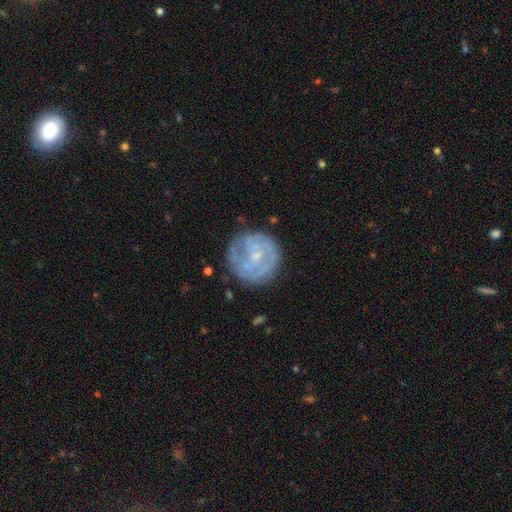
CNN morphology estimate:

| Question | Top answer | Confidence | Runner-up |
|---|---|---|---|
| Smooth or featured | featured or disk | 67% | smooth (25%) |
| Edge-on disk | no | 98% | yes (2%) |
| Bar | no | 67% | weak (28%) |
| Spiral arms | yes | 75% | no (25%) |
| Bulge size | small | 71% | moderate (18%) |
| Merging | none | 73% | minor disturbance (18%) |